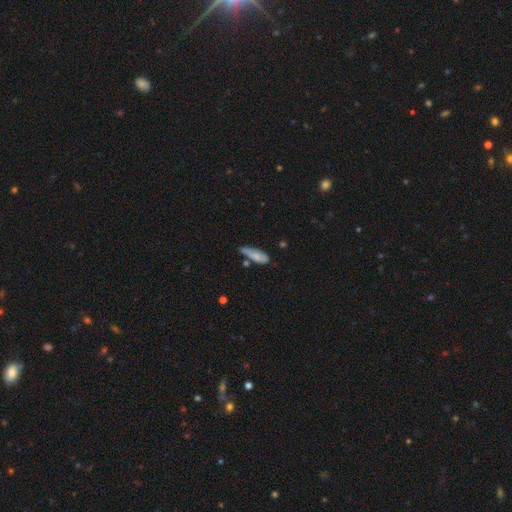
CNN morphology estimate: Smooth or featured?
  - smooth: 68% *
  - featured or disk: 24%
  - star or artifact: 7%
How rounded?
  - in between: 49% * (tied)
  - cigar-shaped: 49% * (tied)
  - round: 2%
Merging?
  - none: 43% *
  - minor disturbance: 33%
  - merger: 12%
  - major disturbance: 12%